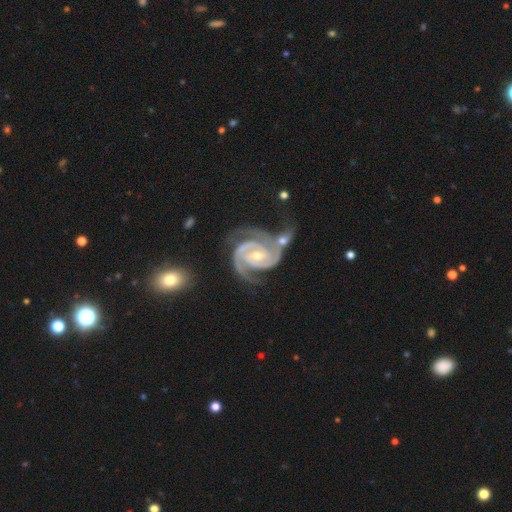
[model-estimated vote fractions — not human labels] The model was most divided on "bar": no: 39%, weak: 36%, strong: 25%. More confident: spiral arms — yes (99%); edge-on disk — no (98%); smooth or featured — featured or disk (94%); spiral arm count — 2 (69%); spiral winding — tight (63%); bulge size — small (57%); merging — none (52%).